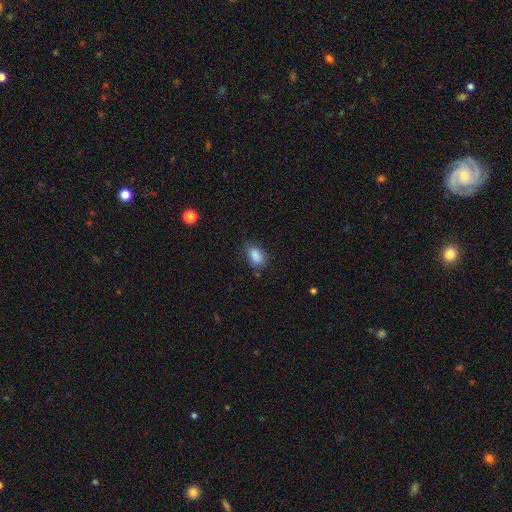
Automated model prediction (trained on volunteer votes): This is clearly a smooth galaxy (87%). How rounded: clearly in between (87%). Merging: likely none (73%).